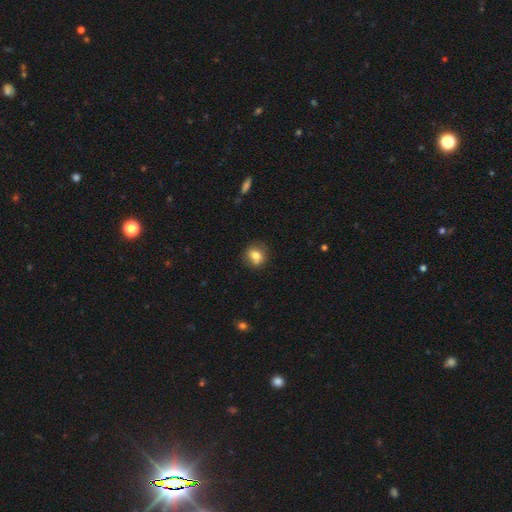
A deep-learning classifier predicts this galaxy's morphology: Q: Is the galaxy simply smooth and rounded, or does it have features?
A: smooth — 76%.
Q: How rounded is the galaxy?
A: round — 72%.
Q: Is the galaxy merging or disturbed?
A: none — 68%.